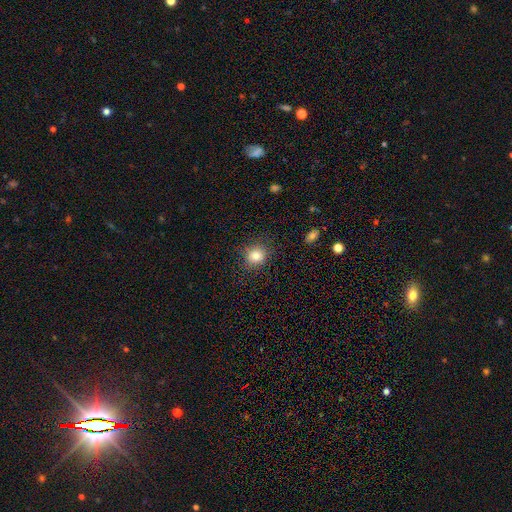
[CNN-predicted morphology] smooth-or-featured: smooth: 83% | star or artifact: 11% | featured or disk: 6%
  how-rounded: round: 79% | in between: 20% | cigar-shaped: 1%
  merging: none: 84% | minor disturbance: 12% | major disturbance: 3% | merger: 1%